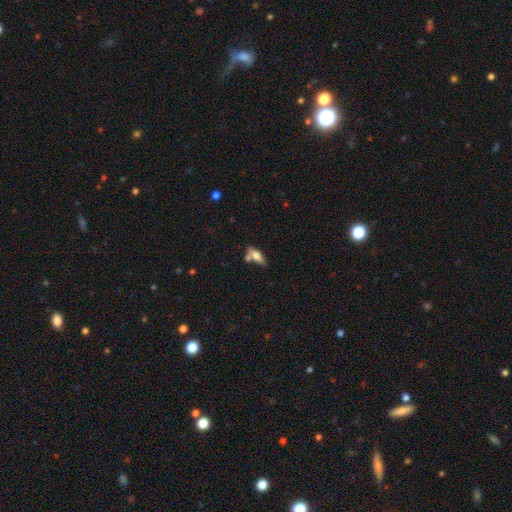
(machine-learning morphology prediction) smooth_or_featured: smooth (p=0.66) [alt: featured or disk p=0.26]
how_rounded: in between (p=0.74) [alt: cigar-shaped p=0.23]
merging: none (p=0.48) [alt: merger p=0.30]